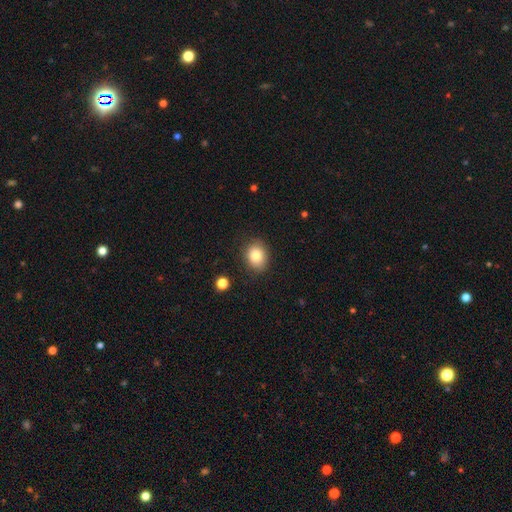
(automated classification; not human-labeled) Smooth or featured? smooth (82%)
How rounded? round (50%)
Merging? none (85%)